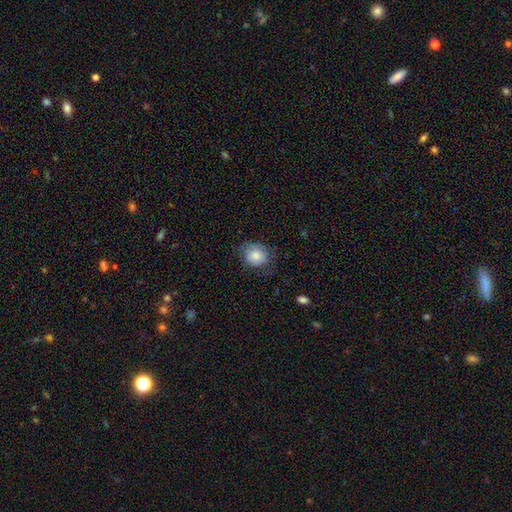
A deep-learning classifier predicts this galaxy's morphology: smooth-or-featured: smooth: 79% | featured or disk: 14% | star or artifact: 8%
  how-rounded: round: 60% | in between: 39% | cigar-shaped: 1%
  merging: none: 65% | minor disturbance: 24% | major disturbance: 10% | merger: 1%